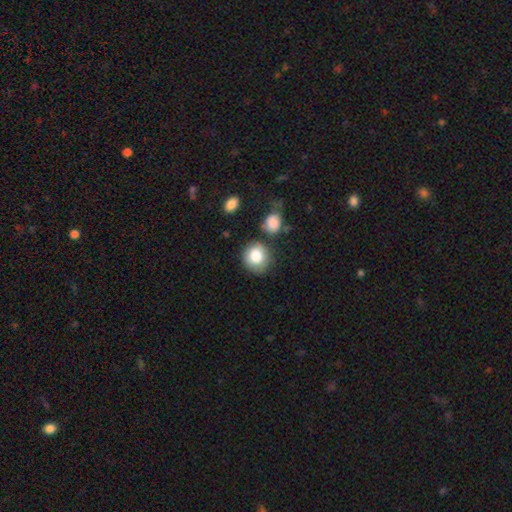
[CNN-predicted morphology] Smooth or featured?
  - smooth: 82% *
  - featured or disk: 10%
  - star or artifact: 8%
How rounded?
  - round: 82% *
  - in between: 17%
  - cigar-shaped: 1%
Merging?
  - none: 72% *
  - minor disturbance: 14%
  - merger: 9%
  - major disturbance: 5%